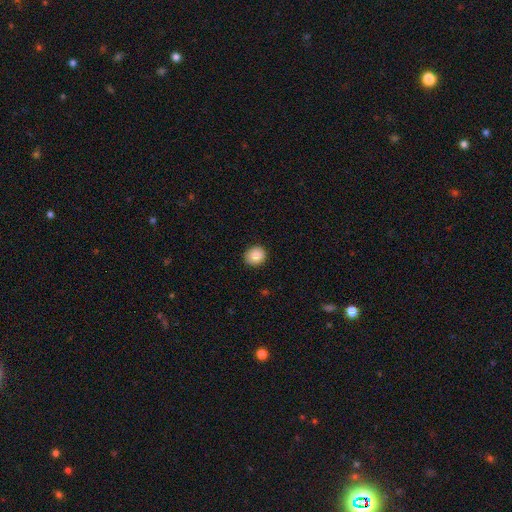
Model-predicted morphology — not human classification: Q: Smooth or featured?
A: smooth (89%); runner-up: star or artifact (8%)
Q: How rounded?
A: round (77%); runner-up: in between (22%)
Q: Merging?
A: none (89%); runner-up: minor disturbance (8%)